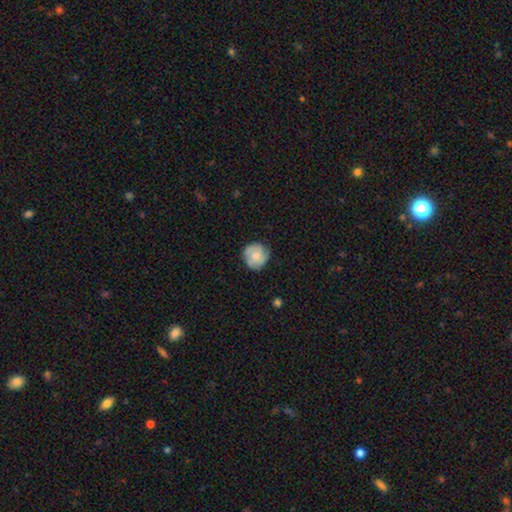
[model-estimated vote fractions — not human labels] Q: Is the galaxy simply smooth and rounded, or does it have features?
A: smooth — 58%.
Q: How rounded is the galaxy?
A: round — 90%.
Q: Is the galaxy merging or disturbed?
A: none — 77%.